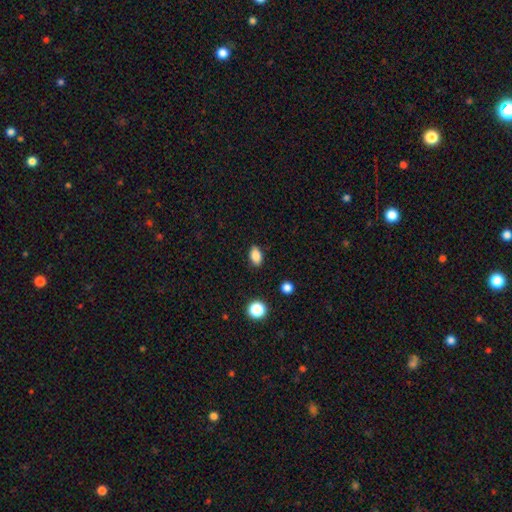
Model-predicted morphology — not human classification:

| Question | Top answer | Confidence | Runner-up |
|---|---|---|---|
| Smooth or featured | smooth | 85% | star or artifact (10%) |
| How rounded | in between | 87% | round (11%) |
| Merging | none | 87% | minor disturbance (9%) |